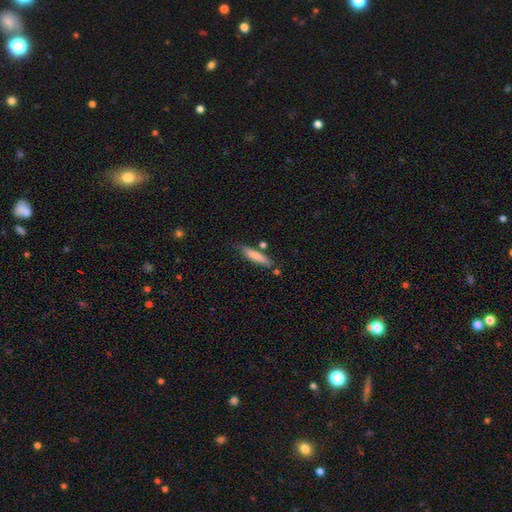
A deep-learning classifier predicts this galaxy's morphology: Smooth or featured: smooth — 79% (featured or disk — 15%)
How rounded: cigar-shaped — 81% (in between — 17%)
Merging: none — 72% (minor disturbance — 17%)